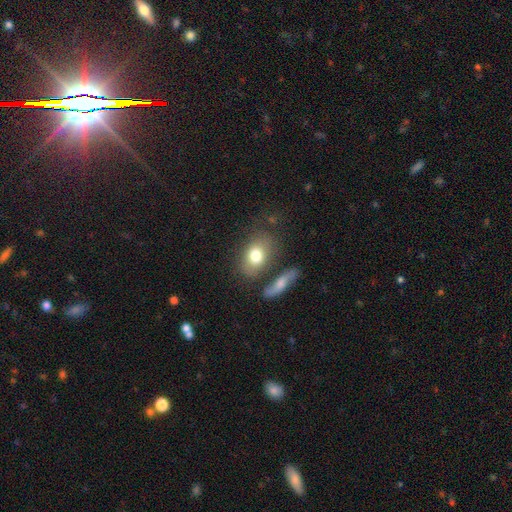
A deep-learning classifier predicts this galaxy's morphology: This is likely a smooth galaxy (75%). How rounded: likely in between (74%). Merging: likely none (63%).